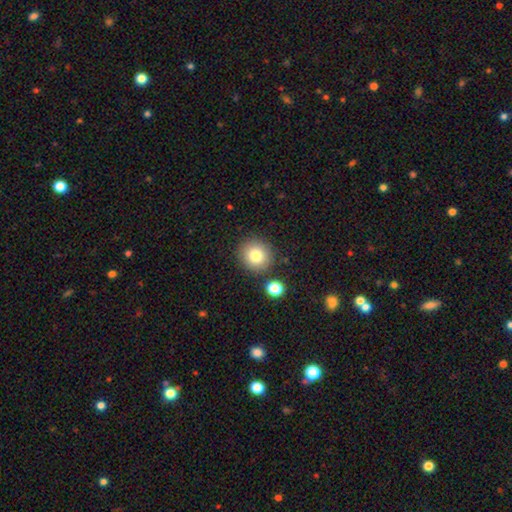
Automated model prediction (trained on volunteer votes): Smooth or featured? Predicted: smooth (p=0.80). How rounded? Predicted: round (p=0.89). Merging? Predicted: none (p=0.85).